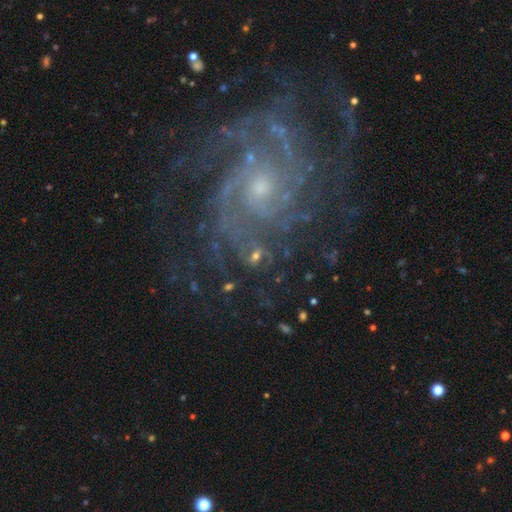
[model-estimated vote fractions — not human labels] The model was most divided on "spiral arm count": 3: 22%, 2: 21%, can't tell: 20%, 4: 17%, more than 4: 12%, 1: 9%. More confident: edge-on disk — no (98%); spiral arms — yes (98%); smooth or featured — featured or disk (87%); merging — none (70%); bar — no (69%); bulge size — small (63%); spiral winding — tight (55%).